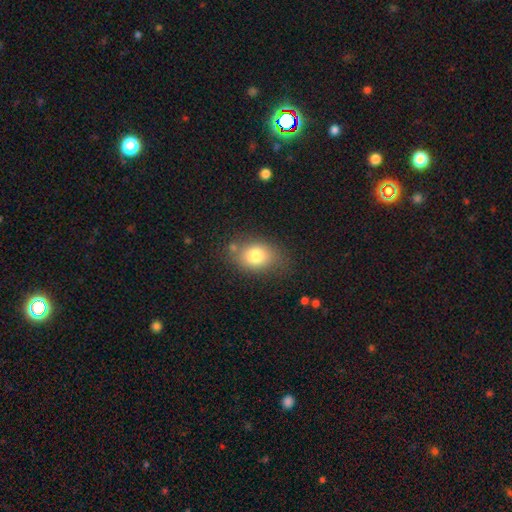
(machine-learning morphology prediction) smooth 79%, featured or disk 12%, star or artifact 9%. Down the decision tree: how rounded — in between (69%); merging — none (69%).